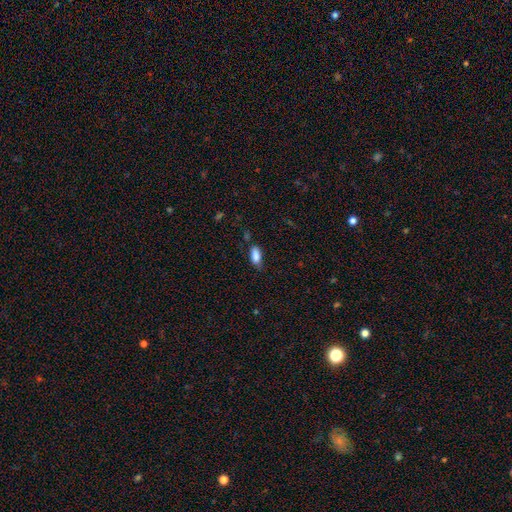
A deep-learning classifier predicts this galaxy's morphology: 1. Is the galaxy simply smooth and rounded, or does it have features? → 86% smooth, 8% star or artifact, 6% featured or disk.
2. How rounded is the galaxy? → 87% in between, 11% cigar-shaped, 3% round.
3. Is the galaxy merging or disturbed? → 64% none, 26% minor disturbance, 6% major disturbance, 3% merger.